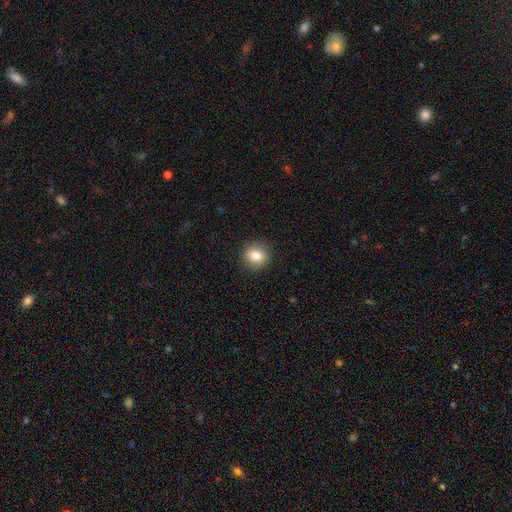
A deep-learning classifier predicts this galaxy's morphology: A smooth galaxy with no disk features (83%) that is round (78%). Merging: none (89%).